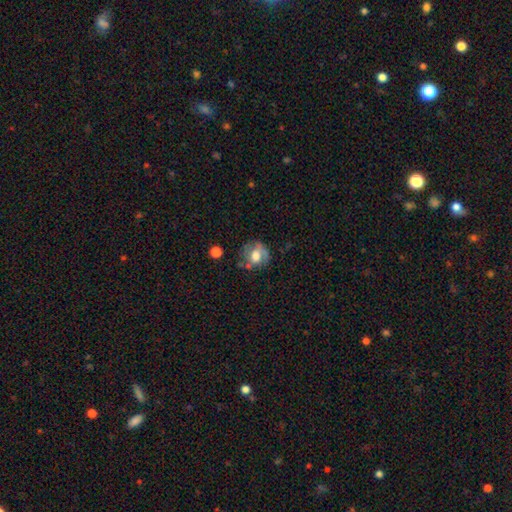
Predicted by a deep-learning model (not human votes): The model was most divided on "smooth or featured": smooth: 54%, featured or disk: 37%, star or artifact: 9%. More confident: how rounded — round (71%); merging — none (52%).